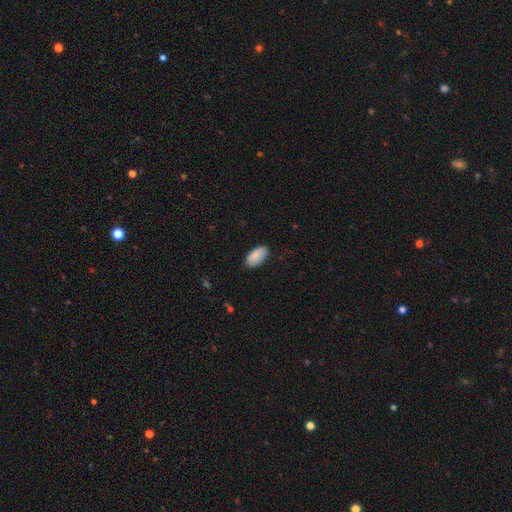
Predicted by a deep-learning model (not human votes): Morphology: type=smooth (88%); roundness=in between (94%); merging=none (83%).